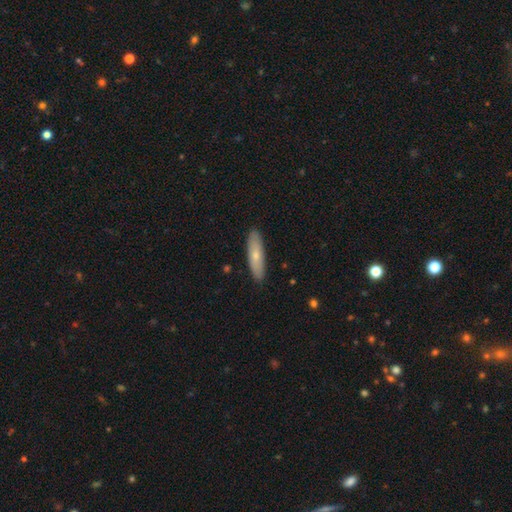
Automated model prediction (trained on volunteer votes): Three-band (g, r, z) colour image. It shows a smooth galaxy with no disk features (65%) that is cigar-shaped (66%). Merging: none (88%).